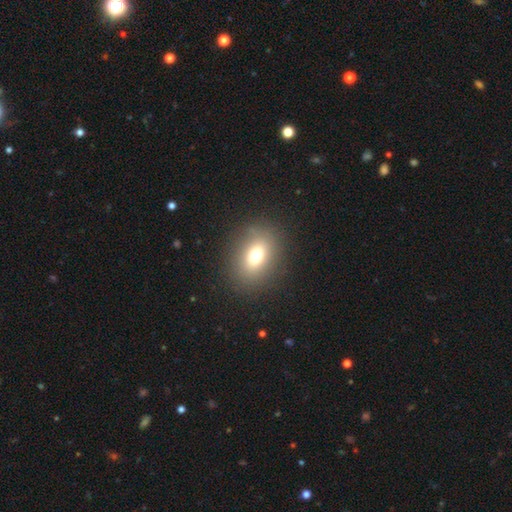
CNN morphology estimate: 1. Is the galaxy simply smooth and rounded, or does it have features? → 72% smooth, 14% star or artifact, 14% featured or disk.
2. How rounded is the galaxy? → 60% in between, 38% round, 2% cigar-shaped.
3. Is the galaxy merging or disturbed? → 87% none, 8% minor disturbance, 4% major disturbance, 1% merger.